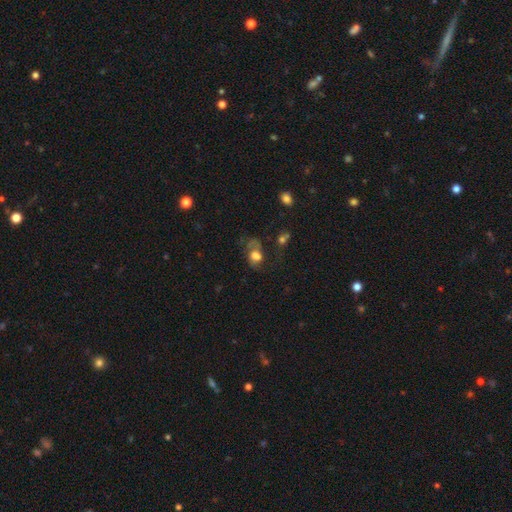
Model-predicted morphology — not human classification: This is possibly a smooth galaxy (56%). How rounded: likely in between (66%). Merging: marginally major disturbance (37%).